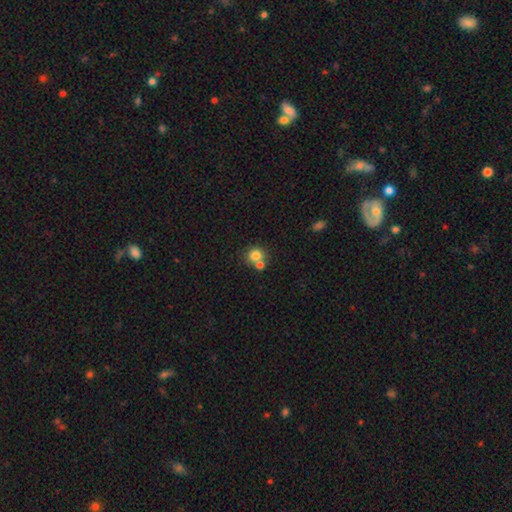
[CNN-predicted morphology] Overall: smooth (79%). How rounded: round (86%). Merging: none (52%; merger 37%).